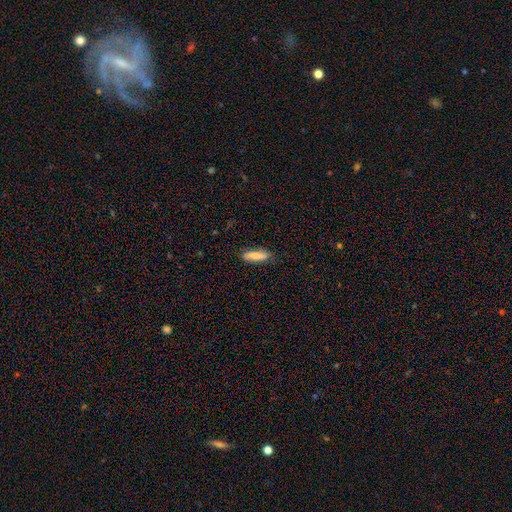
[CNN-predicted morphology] smooth_or_featured: smooth (p=0.73) [alt: featured or disk p=0.21]
how_rounded: cigar-shaped (p=0.59) [alt: in between p=0.39]
merging: none (p=0.82) [alt: minor disturbance p=0.14]